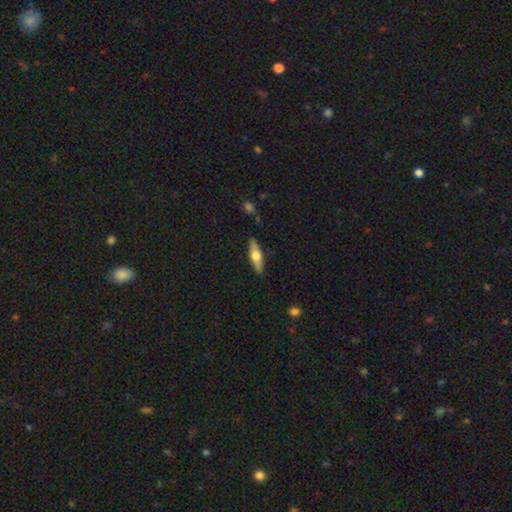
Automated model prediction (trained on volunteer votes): Smooth or featured? smooth (52%)
How rounded? cigar-shaped (64%)
Merging? none (88%)